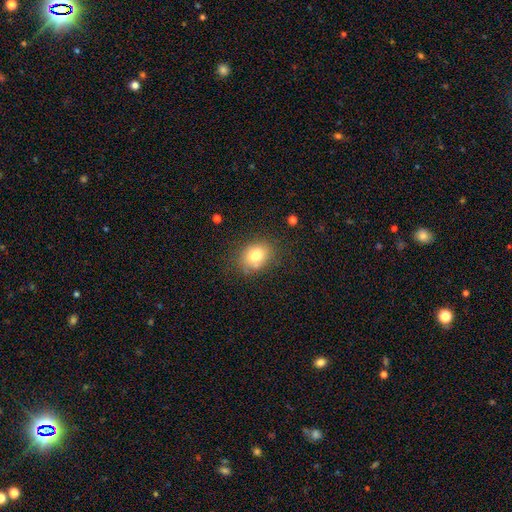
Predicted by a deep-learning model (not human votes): Overall: smooth (77%). How rounded: in between (60%; round 39%). Merging: none (76%).